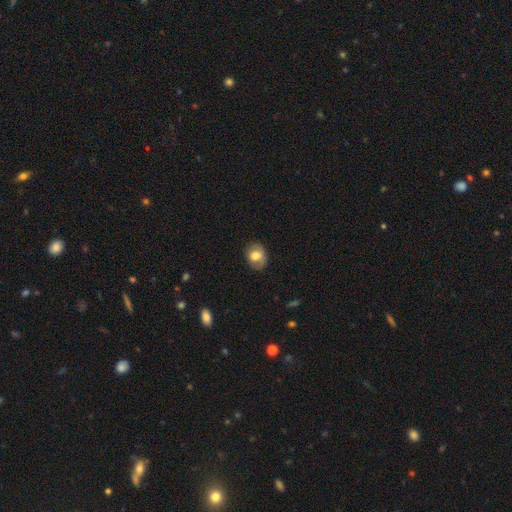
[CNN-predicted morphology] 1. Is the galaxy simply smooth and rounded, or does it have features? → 73% smooth, 19% featured or disk, 8% star or artifact.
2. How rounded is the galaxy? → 51% in between, 48% round, 1% cigar-shaped.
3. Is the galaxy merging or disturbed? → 78% none, 16% minor disturbance, 5% major disturbance, 1% merger.